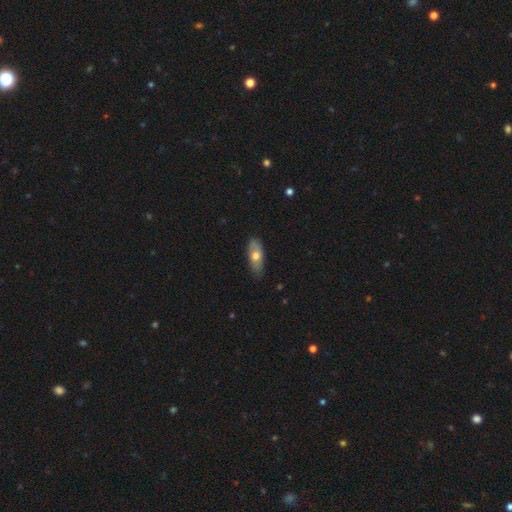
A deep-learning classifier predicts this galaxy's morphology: Smooth or featured? smooth (64%)
How rounded? in between (77%)
Merging? none (78%)